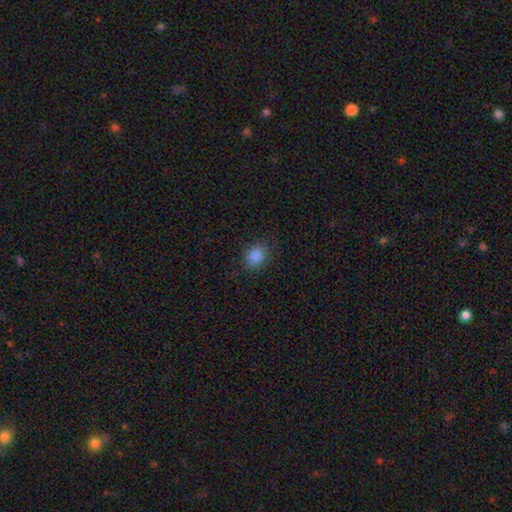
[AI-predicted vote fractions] smooth_or_featured: smooth (p=0.86) [alt: star or artifact p=0.11]
how_rounded: round (p=0.50) [alt: in between p=0.49]
merging: none (p=0.83) [alt: minor disturbance p=0.12]